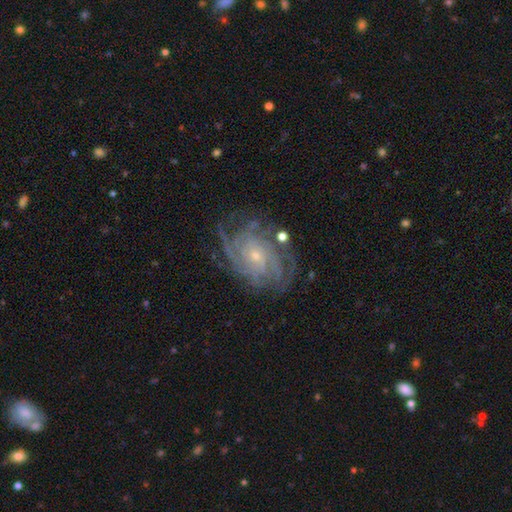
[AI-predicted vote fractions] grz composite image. It shows a featured or disk galaxy (87%) with no bar (70%), tight (69%) spiral arms (96%) and a small central bulge (78%). Merging: none (70%).